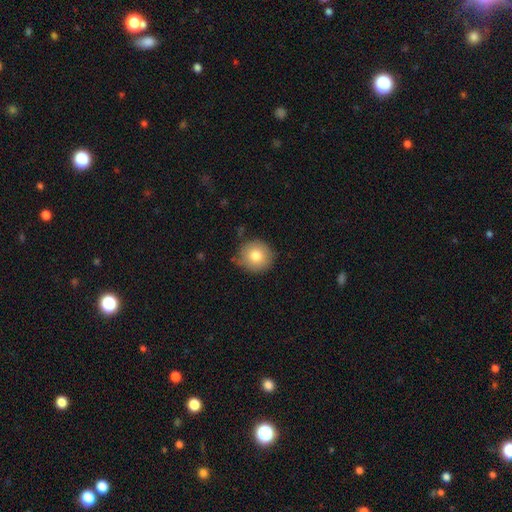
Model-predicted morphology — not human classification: A smooth galaxy with no disk features (80%) that is round (90%). Merging: none (79%).